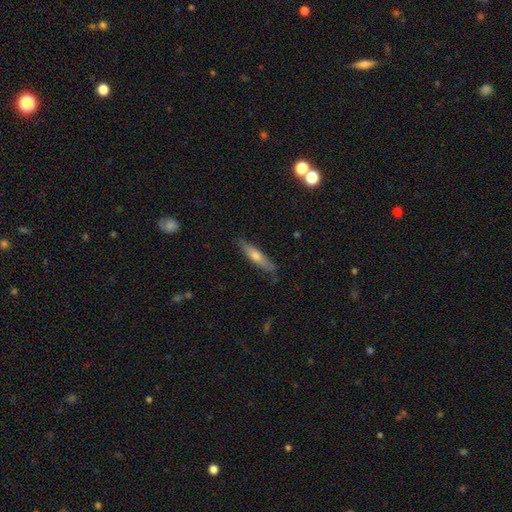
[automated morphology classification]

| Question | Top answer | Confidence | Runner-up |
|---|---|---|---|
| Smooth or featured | smooth | 51% | featured or disk (42%) |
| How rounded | cigar-shaped | 82% | in between (16%) |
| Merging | none | 82% | minor disturbance (14%) |